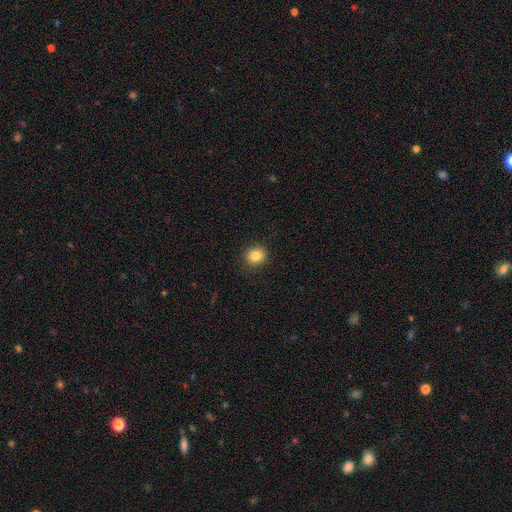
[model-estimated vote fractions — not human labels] This appears to be a smooth galaxy with no disk features (84%) that is round (84%). Merging: none (90%).